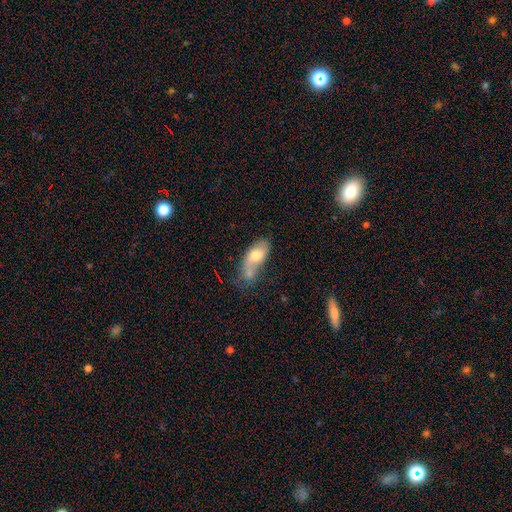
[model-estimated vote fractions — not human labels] Q: Smooth or featured?
A: smooth (63%); runner-up: featured or disk (28%)
Q: How rounded?
A: in between (78%); runner-up: cigar-shaped (15%)
Q: Merging?
A: merger (43%); runner-up: none (26%)